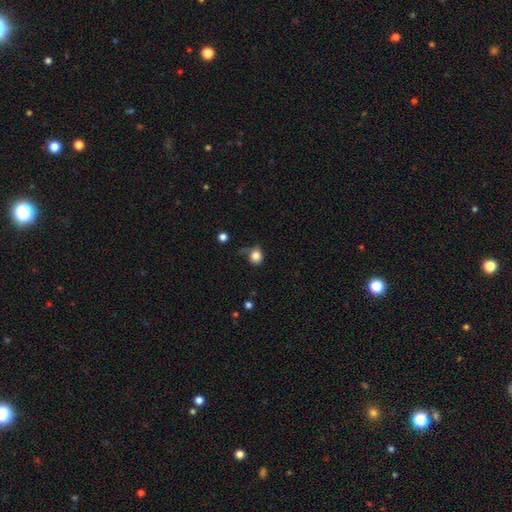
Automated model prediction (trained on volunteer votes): smooth 84%, star or artifact 10%, featured or disk 6%. Down the decision tree: how rounded — round (79%); merging — none (54%).